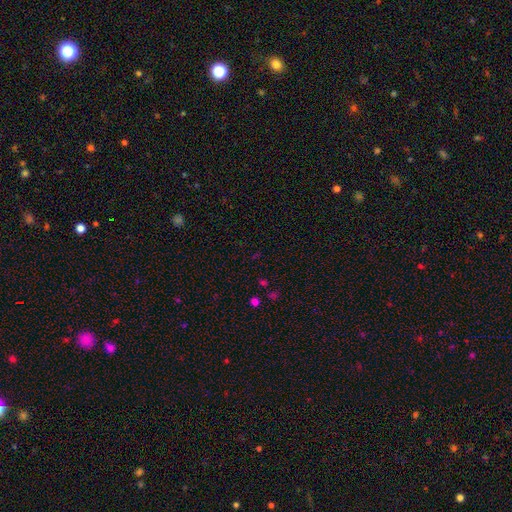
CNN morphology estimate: Smooth or featured? Predicted: star or artifact (p=0.58).